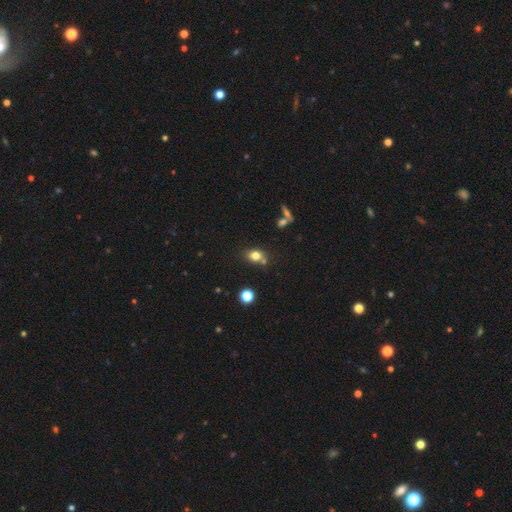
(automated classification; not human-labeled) Smooth or featured?
  - smooth: 78% *
  - star or artifact: 13%
  - featured or disk: 9%
How rounded?
  - in between: 57% *
  - round: 41%
  - cigar-shaped: 2%
Merging?
  - none: 61% *
  - merger: 20%
  - minor disturbance: 15%
  - major disturbance: 5%